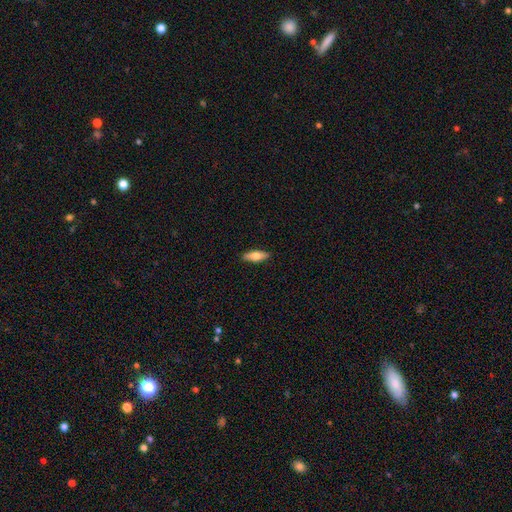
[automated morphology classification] This appears to be a smooth galaxy with no disk features (65%) that is in between round and cigar-shaped (60%). Merging: none (89%).